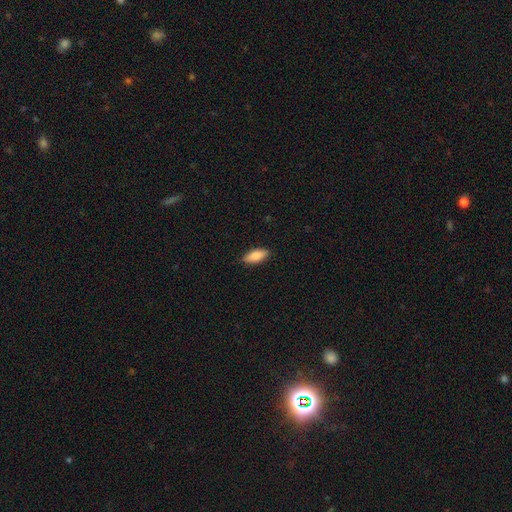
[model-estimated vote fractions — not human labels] This is clearly a smooth galaxy (87%). How rounded: clearly in between (81%). Merging: clearly none (88%).